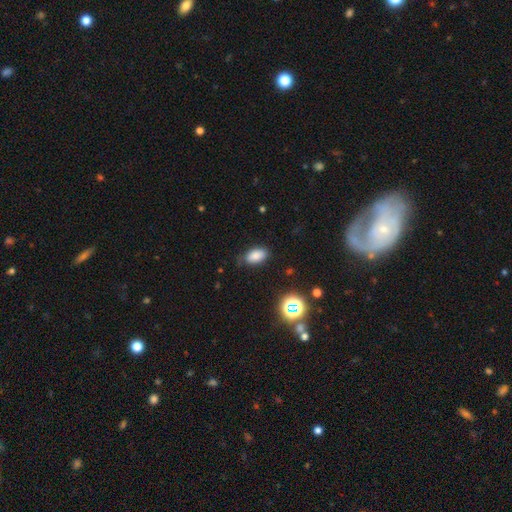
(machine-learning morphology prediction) smooth-or-featured: smooth: 81% | star or artifact: 12% | featured or disk: 7%
  how-rounded: in between: 91% | round: 6% | cigar-shaped: 2%
  merging: none: 76% | minor disturbance: 18% | major disturbance: 4% | merger: 1%